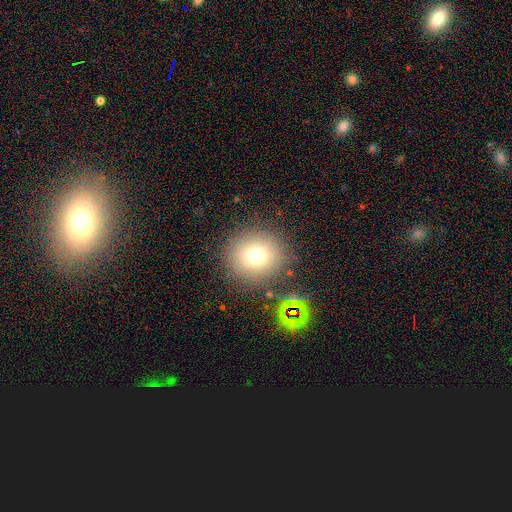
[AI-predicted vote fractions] This is likely a smooth galaxy (73%). How rounded: clearly round (88%). Merging: clearly none (84%).